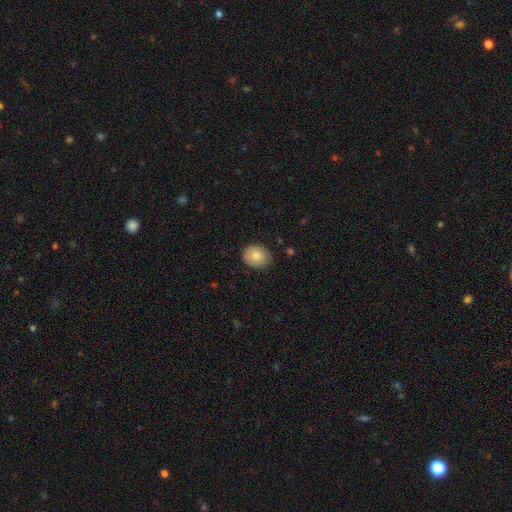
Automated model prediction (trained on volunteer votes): This is clearly a smooth galaxy (85%). How rounded: possibly round (57%). Merging: clearly none (84%).